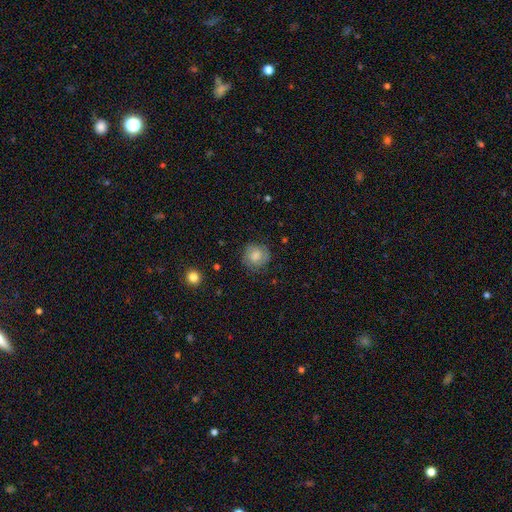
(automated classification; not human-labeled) smooth_or_featured: smooth (p=0.67) [alt: featured or disk p=0.24]
how_rounded: round (p=0.86) [alt: in between p=0.13]
merging: none (p=0.76) [alt: minor disturbance p=0.16]